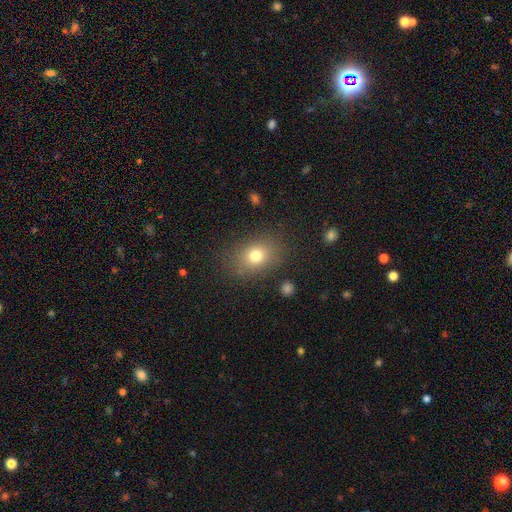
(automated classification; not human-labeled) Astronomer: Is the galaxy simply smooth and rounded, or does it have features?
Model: smooth — 75%.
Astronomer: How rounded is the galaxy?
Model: in between — 61% (runner-up: round, 38%).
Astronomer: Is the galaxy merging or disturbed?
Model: none — 82%.